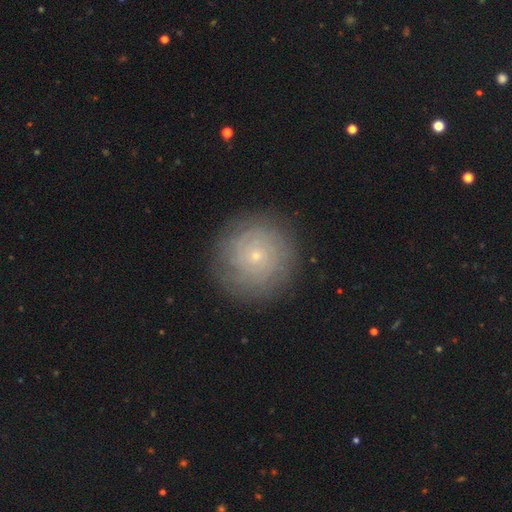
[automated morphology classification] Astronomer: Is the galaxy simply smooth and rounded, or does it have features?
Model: featured or disk — 55% (runner-up: smooth, 35%).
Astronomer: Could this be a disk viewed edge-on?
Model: no — 97%.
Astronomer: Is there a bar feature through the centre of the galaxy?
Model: no — 87%.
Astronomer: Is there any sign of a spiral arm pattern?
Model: yes — 79%.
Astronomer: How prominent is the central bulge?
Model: small — 87%.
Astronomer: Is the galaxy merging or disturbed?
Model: none — 86%.